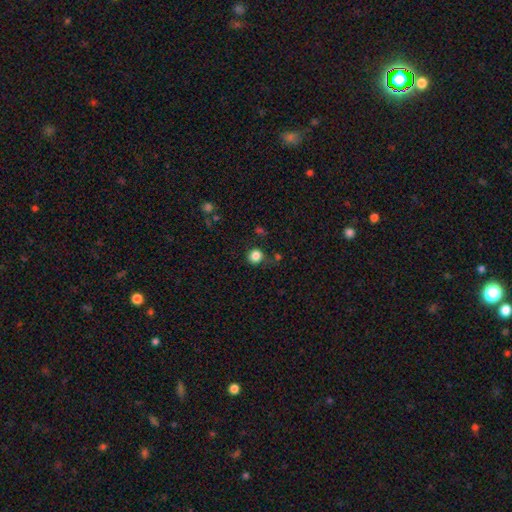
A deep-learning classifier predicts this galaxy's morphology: Smooth or featured? Predicted: smooth (p=0.84). How rounded? Predicted: round (p=0.91). Merging? Predicted: none (p=0.82).